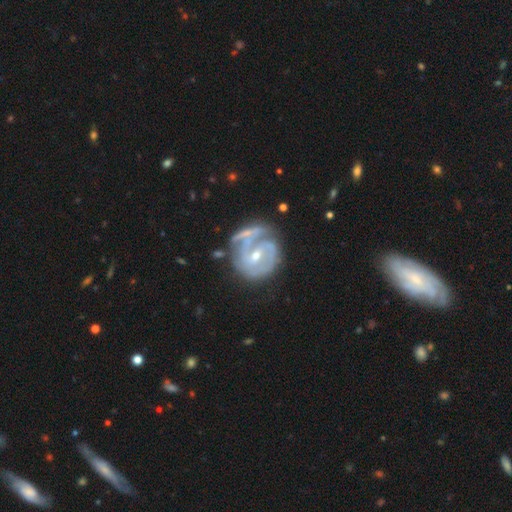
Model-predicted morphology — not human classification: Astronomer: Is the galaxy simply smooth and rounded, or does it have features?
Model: featured or disk — 87%.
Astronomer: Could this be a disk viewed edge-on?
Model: no — 97%.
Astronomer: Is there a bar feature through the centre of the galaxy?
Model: weak — 44% (runner-up: strong, 29%).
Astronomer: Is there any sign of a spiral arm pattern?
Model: yes — 94%.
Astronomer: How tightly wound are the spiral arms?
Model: tight — 56% (runner-up: medium, 35%).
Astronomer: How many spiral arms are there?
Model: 2 — 54%.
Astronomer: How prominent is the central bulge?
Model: small — 57% (runner-up: moderate, 40%).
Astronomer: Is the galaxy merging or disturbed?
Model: none — 53%.